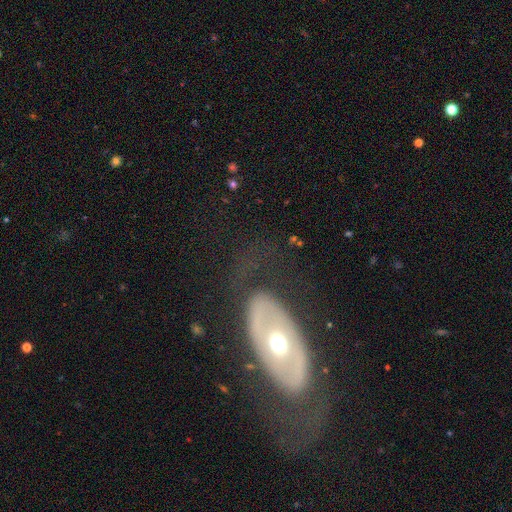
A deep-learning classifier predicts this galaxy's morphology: Overall: featured or disk (68%). Edge-on disk: no (87%). Bar: no (78%). Spiral arms: no (71%). Bulge size: moderate (69%). Merging: none (74%).